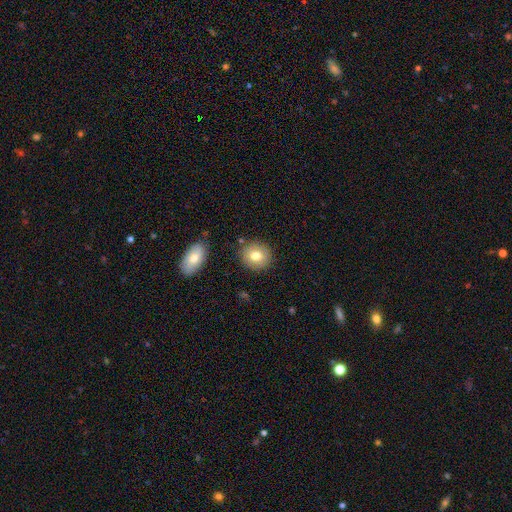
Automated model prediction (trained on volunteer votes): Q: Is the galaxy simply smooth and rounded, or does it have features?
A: smooth — 78%.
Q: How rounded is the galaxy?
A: round — 83%.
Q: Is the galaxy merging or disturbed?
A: none — 86%.